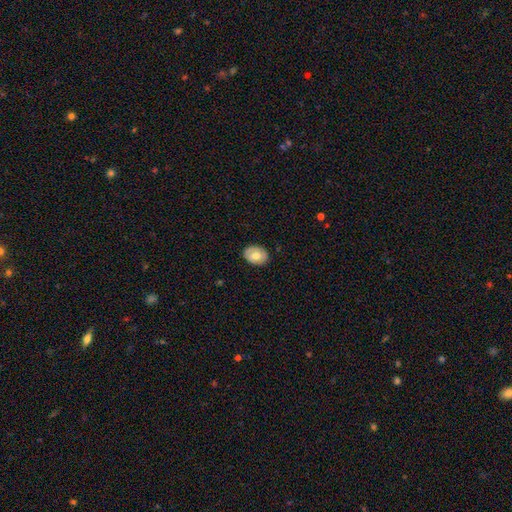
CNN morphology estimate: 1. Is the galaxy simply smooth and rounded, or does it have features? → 64% smooth, 30% featured or disk, 6% star or artifact.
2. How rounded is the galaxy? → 66% in between, 33% round, 1% cigar-shaped.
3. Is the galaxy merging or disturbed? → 86% none, 11% minor disturbance, 2% major disturbance, 1% merger.